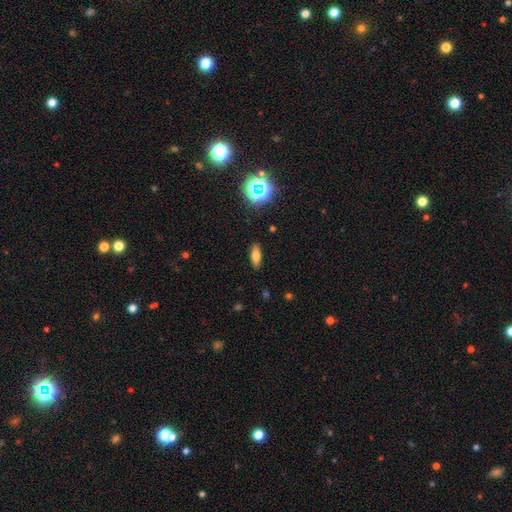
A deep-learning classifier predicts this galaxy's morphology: Smooth or featured?
  - smooth: 69% *
  - featured or disk: 18%
  - star or artifact: 13%
How rounded?
  - in between: 65% *
  - cigar-shaped: 30%
  - round: 4%
Merging?
  - none: 89% *
  - minor disturbance: 8%
  - major disturbance: 2%
  - merger: 1%